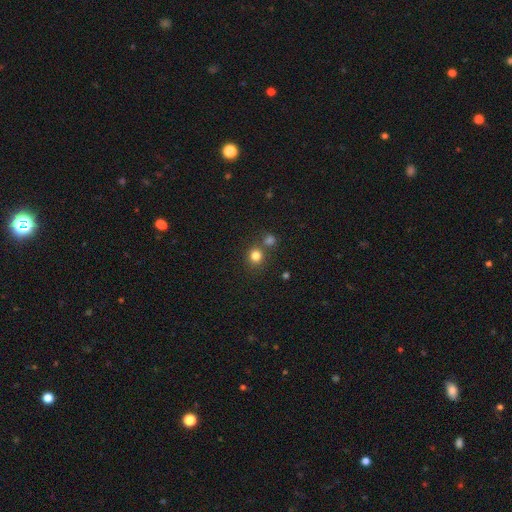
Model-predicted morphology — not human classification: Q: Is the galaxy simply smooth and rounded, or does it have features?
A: smooth — 81%.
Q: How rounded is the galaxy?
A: round — 89%.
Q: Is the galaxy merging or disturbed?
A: none — 72%.